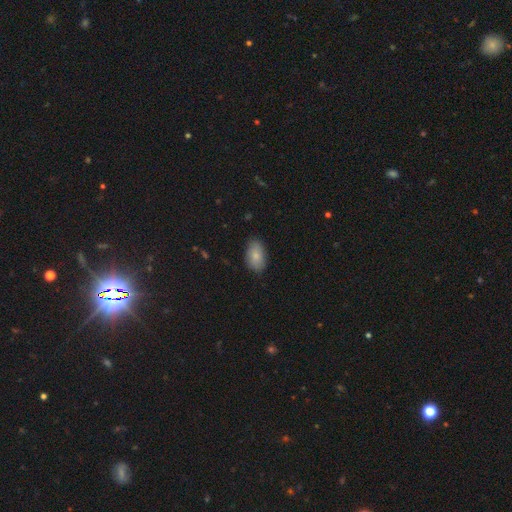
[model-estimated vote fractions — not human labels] Q: Smooth or featured?
A: smooth (82%); runner-up: featured or disk (11%)
Q: How rounded?
A: in between (91%); runner-up: round (7%)
Q: Merging?
A: none (83%); runner-up: minor disturbance (14%)